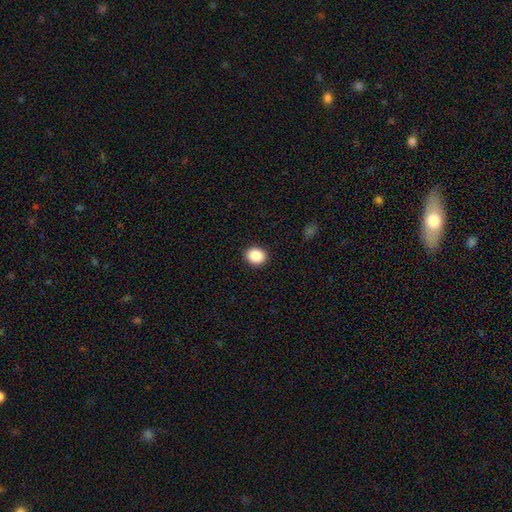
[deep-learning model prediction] The model was most divided on "how rounded": round: 62%, in between: 37%, cigar-shaped: 1%. More confident: merging — none (91%); smooth or featured — smooth (88%).